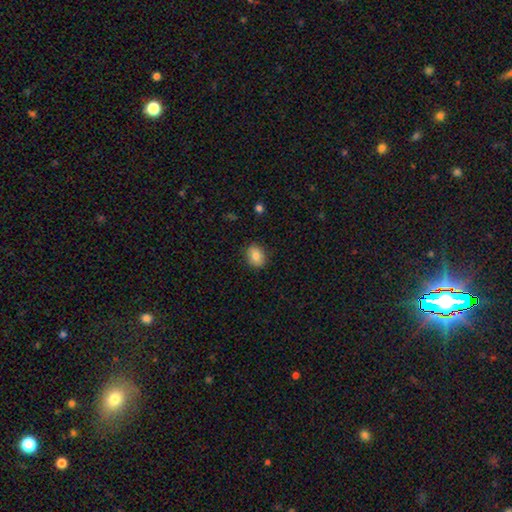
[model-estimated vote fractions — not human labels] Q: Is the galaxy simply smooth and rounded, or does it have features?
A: smooth — 84%.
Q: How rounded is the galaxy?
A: in between — 54%.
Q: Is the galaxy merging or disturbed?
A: none — 87%.